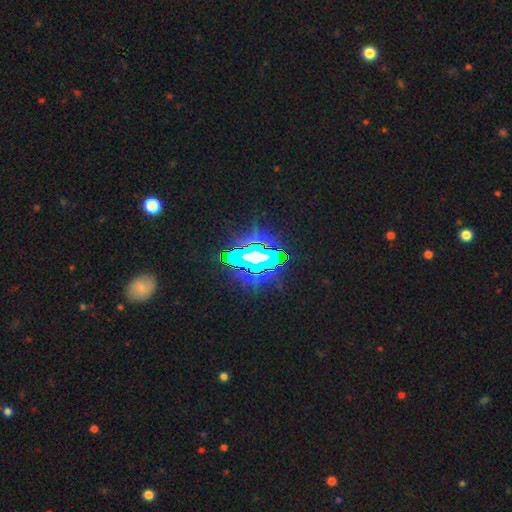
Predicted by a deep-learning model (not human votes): Smooth or featured? Predicted: star or artifact (p=0.70).